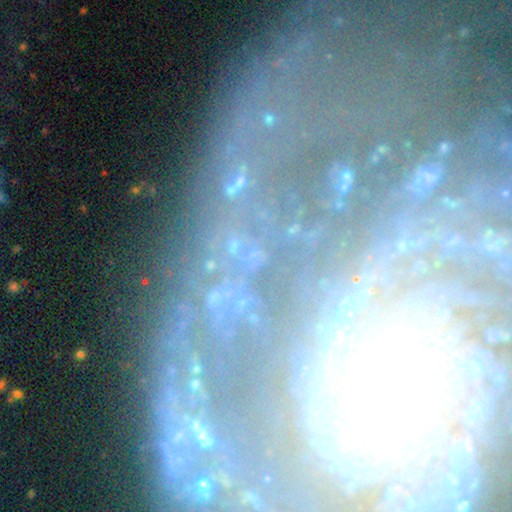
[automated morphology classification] Q: Smooth or featured?
A: star or artifact (46%); runner-up: featured or disk (34%)